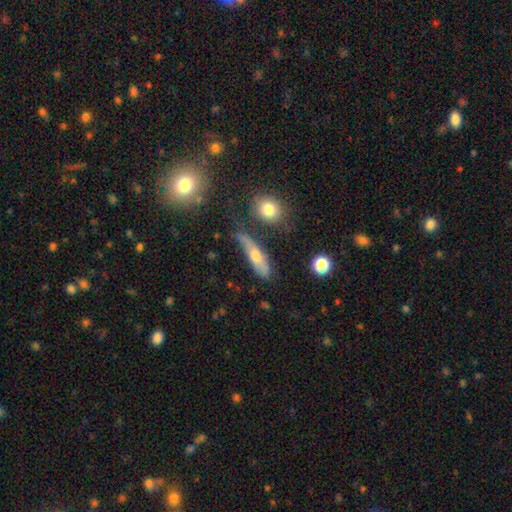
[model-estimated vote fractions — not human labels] smooth-or-featured: smooth: 51% | featured or disk: 39% | star or artifact: 10%
  how-rounded: cigar-shaped: 55% | in between: 39% | round: 5%
  merging: none: 54% | minor disturbance: 26% | major disturbance: 13% | merger: 8%